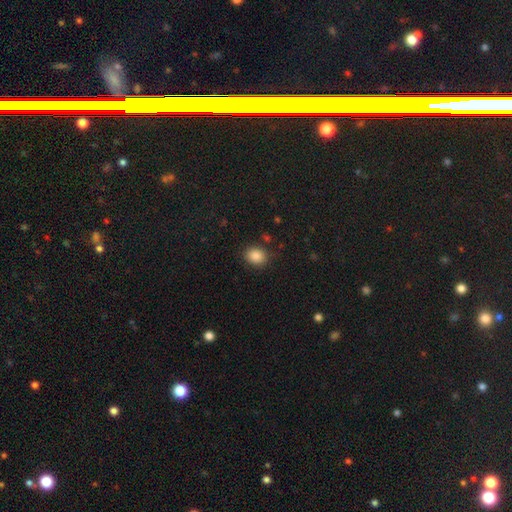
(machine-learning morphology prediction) smooth-or-featured: smooth: 87% | star or artifact: 9% | featured or disk: 4%
  how-rounded: round: 53% | in between: 46% | cigar-shaped: 1%
  merging: none: 85% | minor disturbance: 10% | major disturbance: 3% | merger: 2%